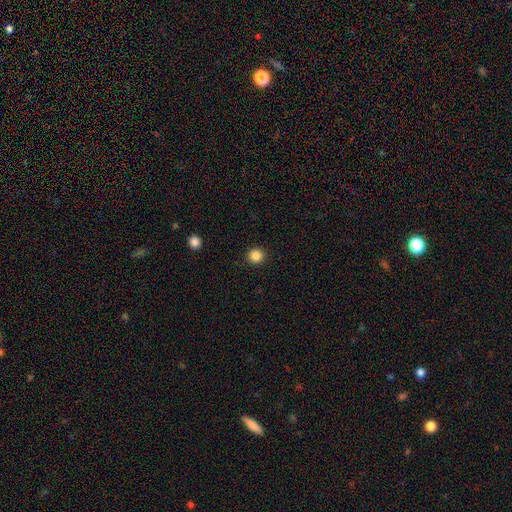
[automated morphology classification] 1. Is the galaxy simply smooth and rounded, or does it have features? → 86% smooth, 11% star or artifact, 3% featured or disk.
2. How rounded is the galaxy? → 93% round, 6% in between, 1% cigar-shaped.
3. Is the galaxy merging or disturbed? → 92% none, 5% minor disturbance, 2% major disturbance, 1% merger.